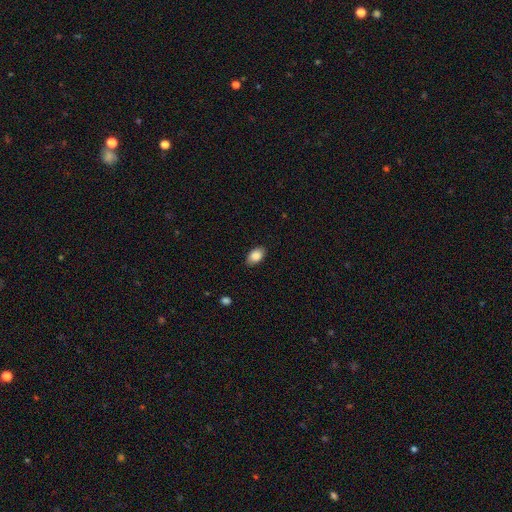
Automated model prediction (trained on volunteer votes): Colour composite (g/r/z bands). It shows a smooth galaxy with no disk features (88%) that is in between round and cigar-shaped (90%). Merging: none (84%).